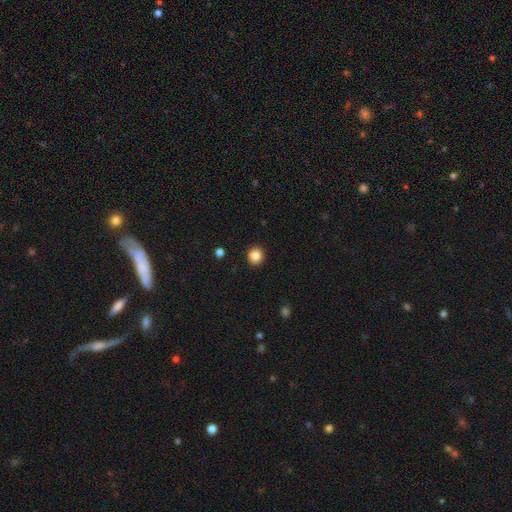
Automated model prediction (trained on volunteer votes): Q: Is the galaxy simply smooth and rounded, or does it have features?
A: smooth — 86%.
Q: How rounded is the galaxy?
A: round — 88%.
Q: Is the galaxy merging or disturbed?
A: none — 92%.